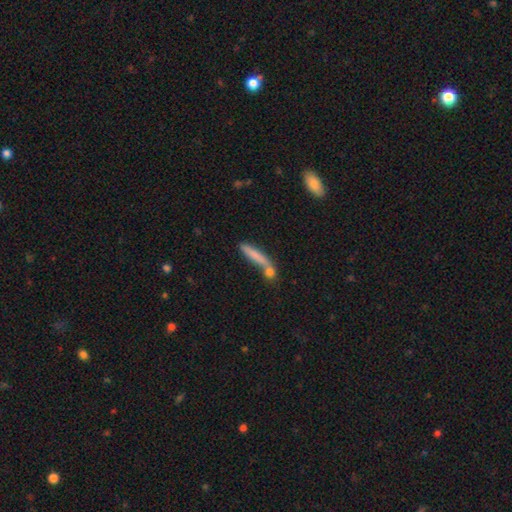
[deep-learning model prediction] Overall: smooth (72%). How rounded: cigar-shaped (88%). Merging: none (50%; merger 32%).